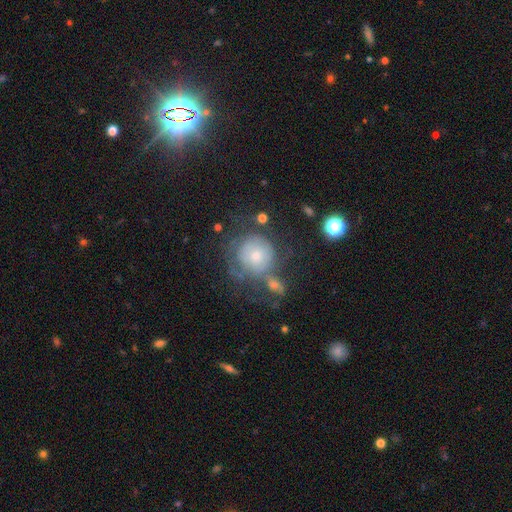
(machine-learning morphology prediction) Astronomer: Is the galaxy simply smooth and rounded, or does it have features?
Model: featured or disk — 47% (runner-up: smooth, 40%).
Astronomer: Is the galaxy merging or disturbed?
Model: none — 49%.